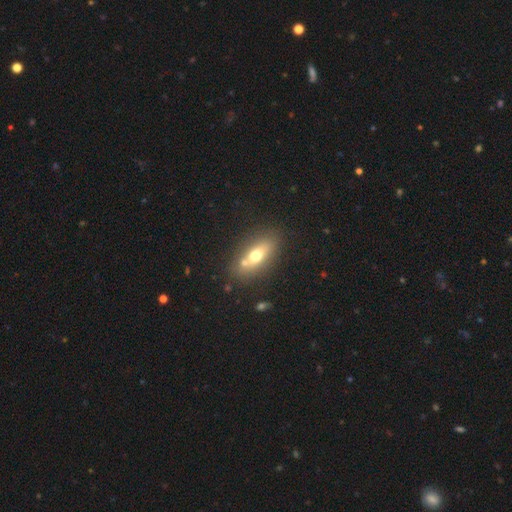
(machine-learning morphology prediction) This appears to be a smooth galaxy with no disk features (64%) that is in between round and cigar-shaped (75%). Merging: none (68%).